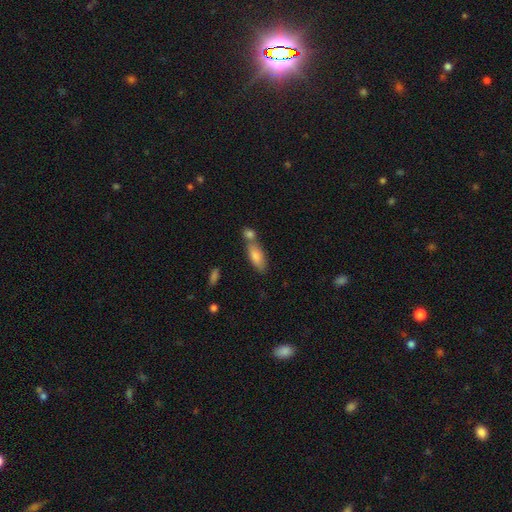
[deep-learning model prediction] smooth_or_featured: smooth (p=0.79) [alt: featured or disk p=0.14]
how_rounded: in between (p=0.71) [alt: cigar-shaped p=0.26]
merging: none (p=0.48) [alt: merger p=0.36]